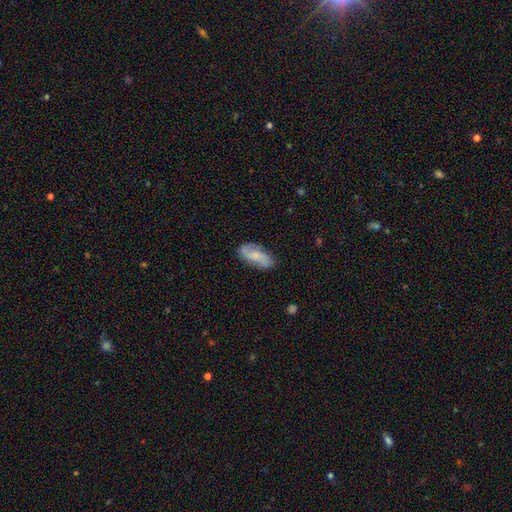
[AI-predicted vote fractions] Smooth or featured? featured or disk (58%)
Edge-on disk? no (93%)
Bar? no (53%)
Spiral arms? yes (90%)
Bulge size? small (44%)
Merging? none (78%)